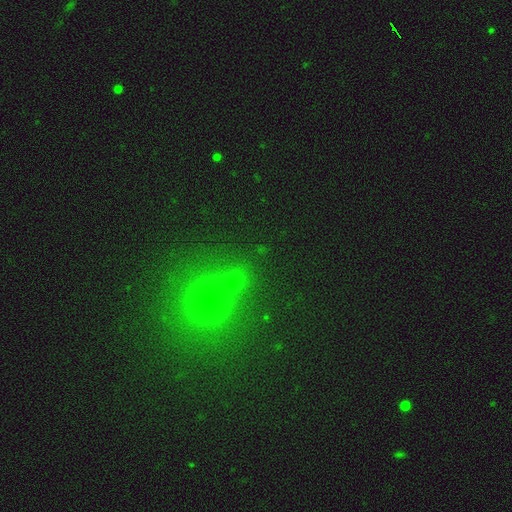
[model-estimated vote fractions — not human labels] smooth_or_featured: star or artifact (p=0.49) [alt: smooth p=0.42]